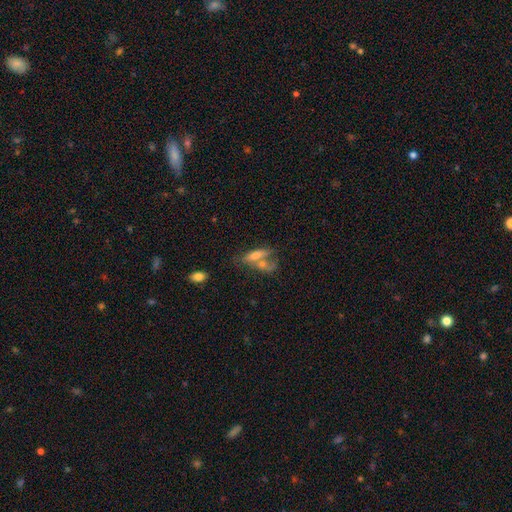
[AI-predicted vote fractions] Smooth or featured?
  - smooth: 59% *
  - featured or disk: 30%
  - star or artifact: 11%
How rounded?
  - in between: 53% *
  - cigar-shaped: 43%
  - round: 4%
Merging?
  - merger: 43% *
  - none: 34%
  - minor disturbance: 13%
  - major disturbance: 9%